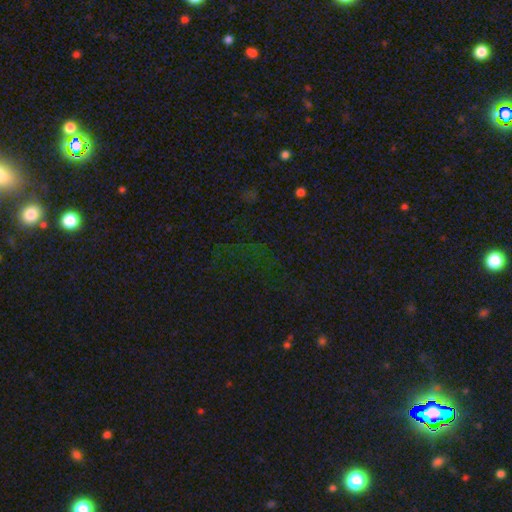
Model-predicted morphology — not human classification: Q: Smooth or featured?
A: star or artifact (76%); runner-up: smooth (15%)